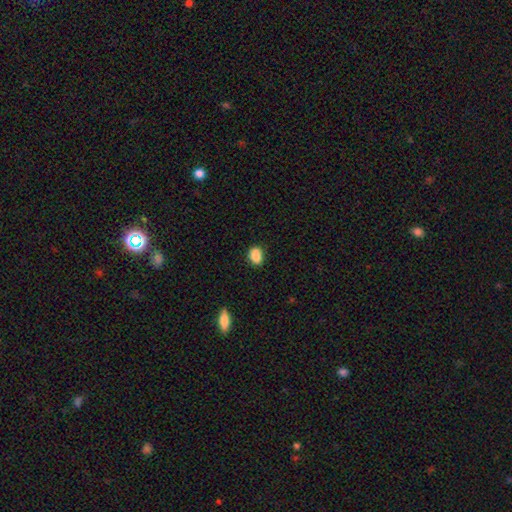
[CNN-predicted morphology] This is clearly a smooth galaxy (88%). How rounded: likely in between (77%). Merging: clearly none (83%).